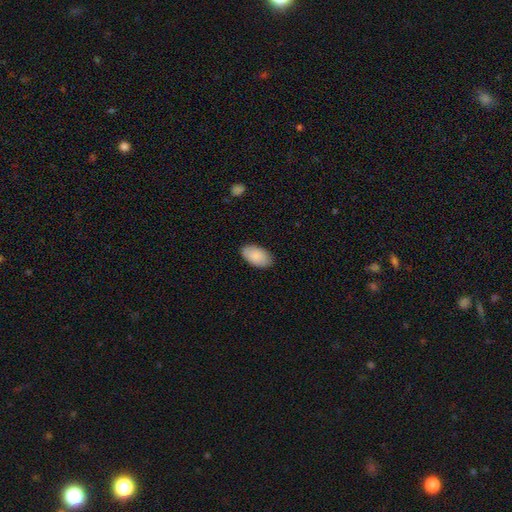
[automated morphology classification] Smooth or featured: smooth — 89% (star or artifact — 6%)
How rounded: in between — 95% (round — 3%)
Merging: none — 85% (minor disturbance — 11%)